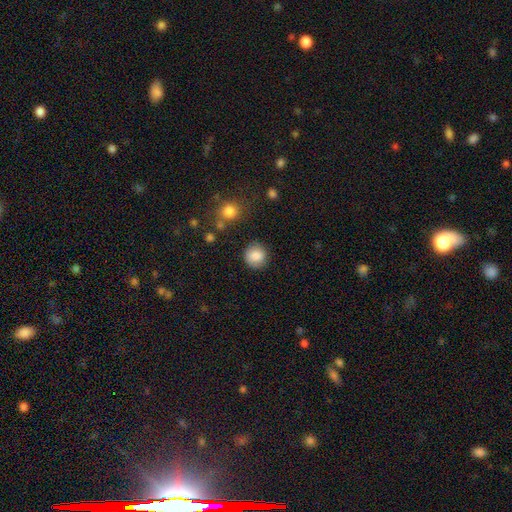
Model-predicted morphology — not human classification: This appears to be a smooth galaxy with no disk features (84%) that is round (91%). Merging: none (85%).